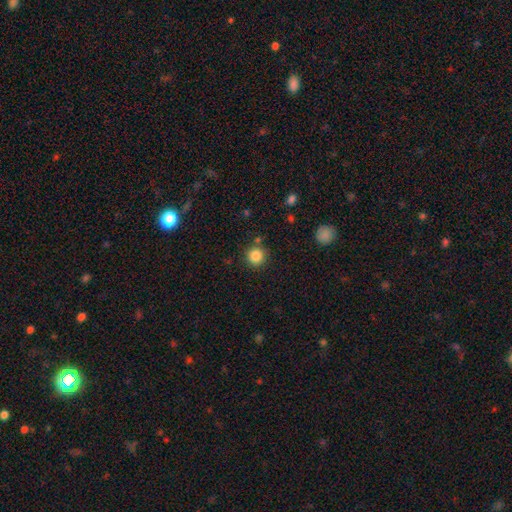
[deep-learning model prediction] This appears to be a smooth galaxy with no disk features (85%) that is round (94%). Merging: none (84%).